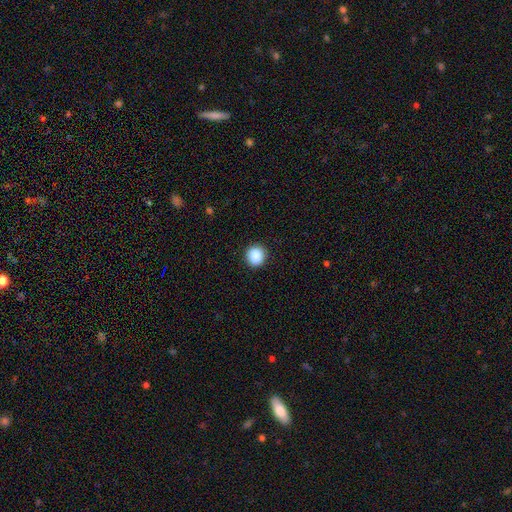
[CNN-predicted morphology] Overall: smooth (88%). How rounded: round (88%). Merging: none (91%).